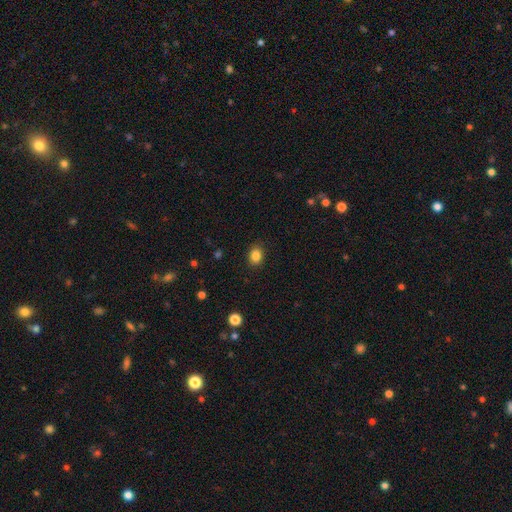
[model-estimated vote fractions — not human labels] Smooth or featured?
  - smooth: 85% *
  - star or artifact: 10%
  - featured or disk: 4%
How rounded?
  - in between: 52% *
  - round: 47%
  - cigar-shaped: 1%
Merging?
  - none: 88% *
  - minor disturbance: 9%
  - major disturbance: 2%
  - merger: 1%